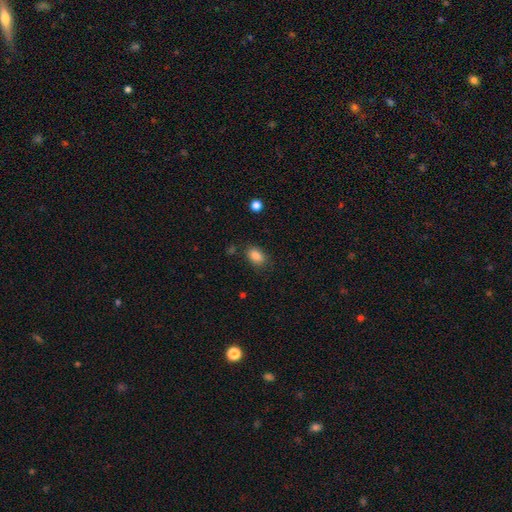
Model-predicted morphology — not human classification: smooth-or-featured: smooth: 85% | star or artifact: 10% | featured or disk: 5%
  how-rounded: in between: 81% | round: 17% | cigar-shaped: 1%
  merging: none: 81% | minor disturbance: 13% | major disturbance: 4% | merger: 2%